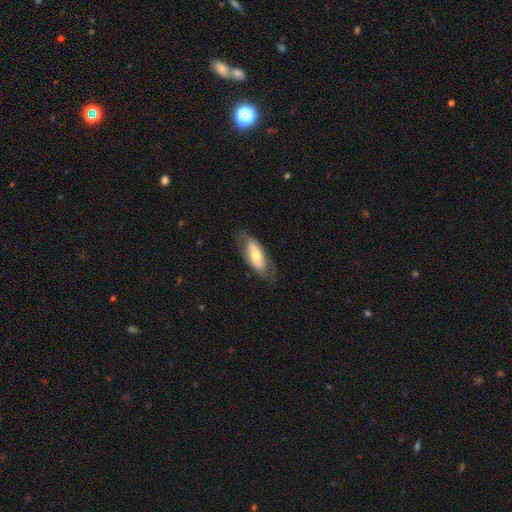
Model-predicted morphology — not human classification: Smooth or featured: smooth — 49% (featured or disk — 45%)
Merging: none — 69% (minor disturbance — 20%)